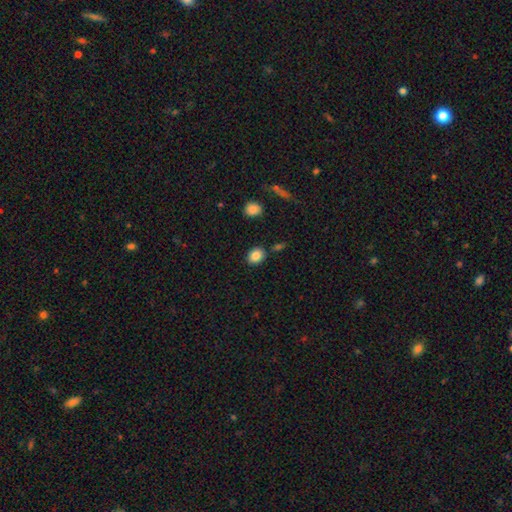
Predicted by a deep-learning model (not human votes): Smooth or featured?
  - smooth: 86% *
  - star or artifact: 9%
  - featured or disk: 5%
How rounded?
  - round: 53% *
  - in between: 46%
  - cigar-shaped: 1%
Merging?
  - none: 83% *
  - minor disturbance: 10%
  - merger: 5%
  - major disturbance: 3%